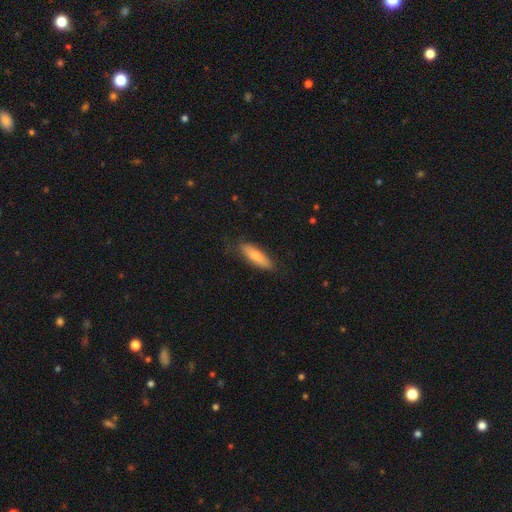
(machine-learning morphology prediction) type=smooth (64%); roundness=cigar-shaped (58%); merging=none (79%).